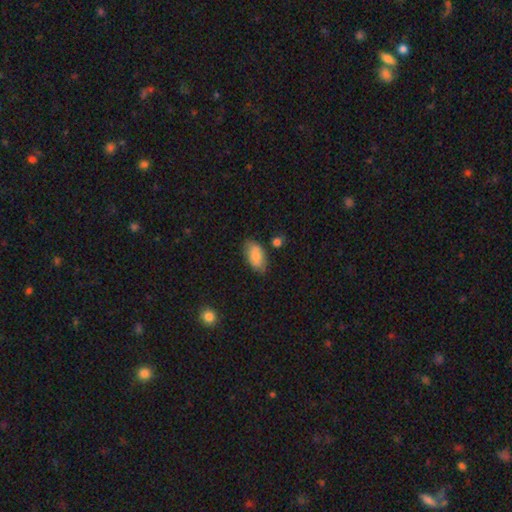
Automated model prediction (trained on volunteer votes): Smooth or featured?
  - smooth: 81% *
  - featured or disk: 12%
  - star or artifact: 7%
How rounded?
  - in between: 94% *
  - round: 4%
  - cigar-shaped: 3%
Merging?
  - none: 76% *
  - minor disturbance: 17%
  - major disturbance: 3%
  - merger: 3%